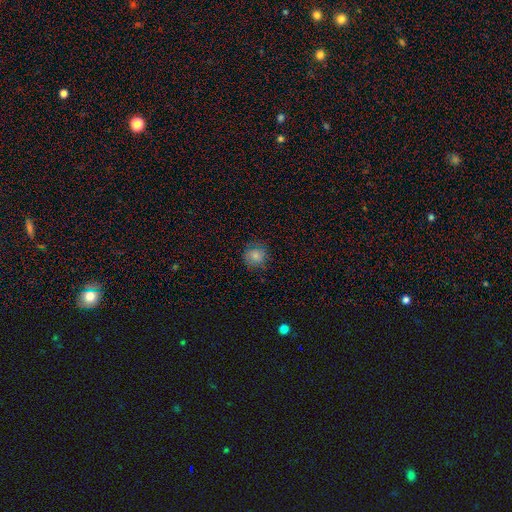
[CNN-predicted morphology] Overall: smooth (76%). How rounded: round (86%). Merging: none (75%).